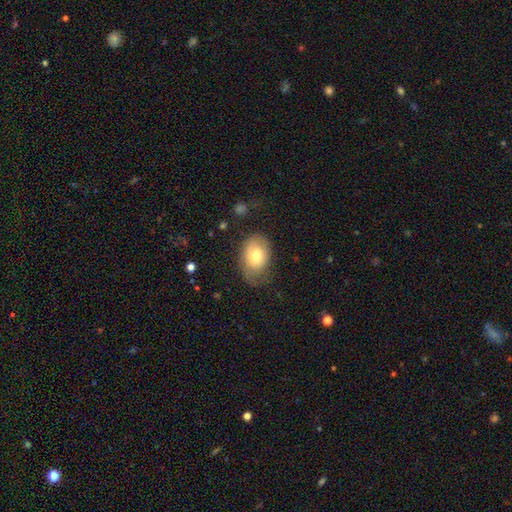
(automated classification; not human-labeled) This appears to be a smooth galaxy with no disk features (70%) that is in between round and cigar-shaped (78%). Merging: none (57%).